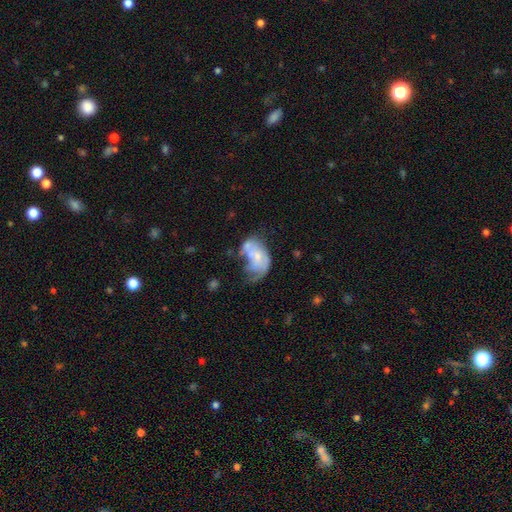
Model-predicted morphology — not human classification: smooth_or_featured: featured or disk (p=0.52) [alt: smooth p=0.40]
disk_edge_on: no (p=0.97) [alt: yes p=0.03]
bar: no (p=0.77) [alt: weak p=0.19]
has_spiral_arms: no (p=0.54) [alt: yes p=0.46]
bulge_size: small (p=0.52) [alt: moderate p=0.28]
merging: major disturbance (p=0.33) [alt: merger p=0.27]